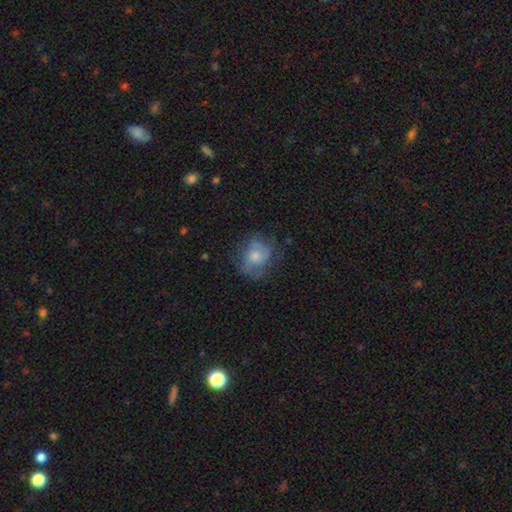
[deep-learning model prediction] smooth_or_featured: featured or disk (p=0.51) [alt: smooth p=0.39]
disk_edge_on: no (p=0.97) [alt: yes p=0.03]
merging: none (p=0.64) [alt: minor disturbance p=0.22]